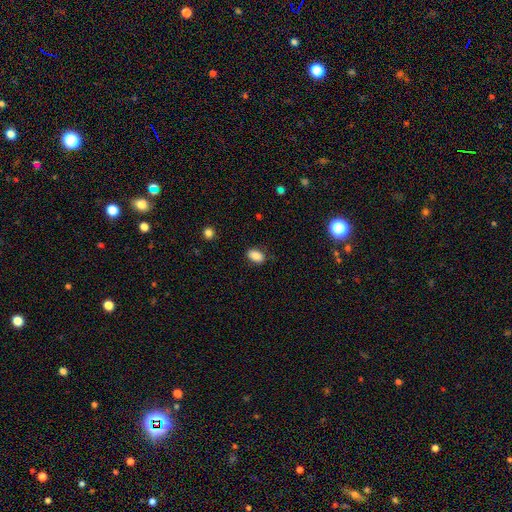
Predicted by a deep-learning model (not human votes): smooth-or-featured: smooth: 87% | star or artifact: 8% | featured or disk: 5%
  how-rounded: in between: 88% | round: 11% | cigar-shaped: 2%
  merging: none: 82% | minor disturbance: 13% | major disturbance: 3% | merger: 1%